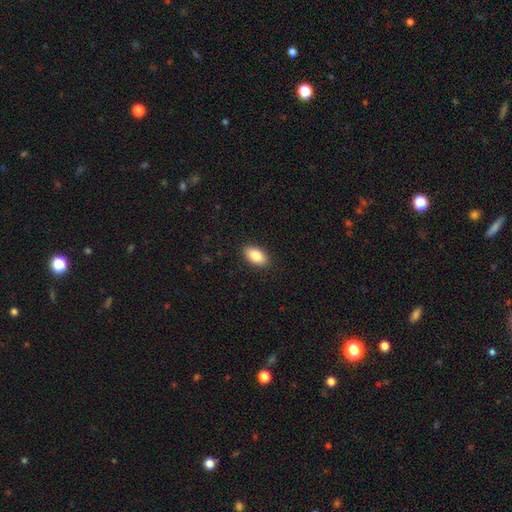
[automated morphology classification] This is clearly a smooth galaxy (85%). How rounded: clearly in between (92%). Merging: clearly none (90%).